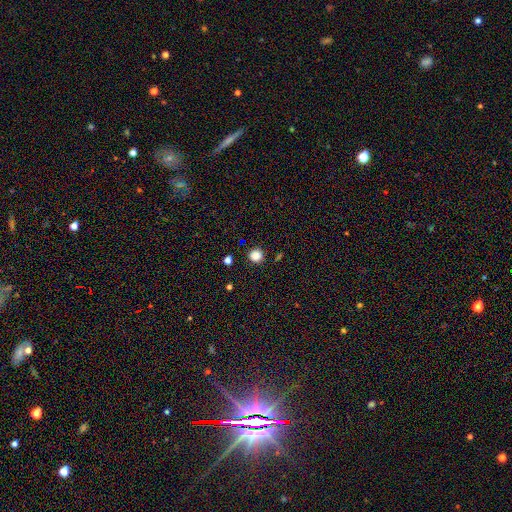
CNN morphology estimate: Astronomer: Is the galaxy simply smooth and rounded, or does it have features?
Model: smooth — 85%.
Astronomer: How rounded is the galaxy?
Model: round — 94%.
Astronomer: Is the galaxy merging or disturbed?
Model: none — 90%.